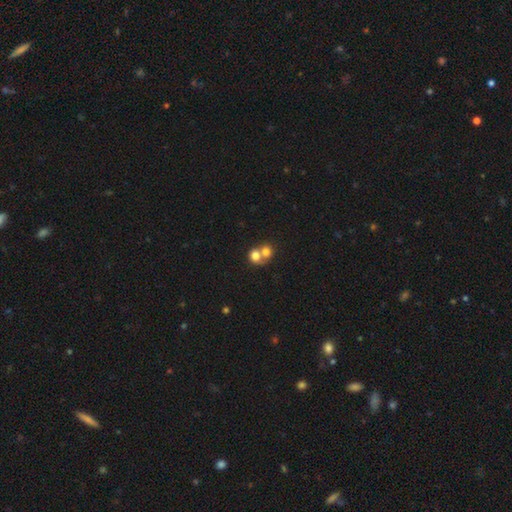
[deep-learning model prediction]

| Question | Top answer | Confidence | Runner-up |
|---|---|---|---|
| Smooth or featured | smooth | 75% | featured or disk (15%) |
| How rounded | round | 67% | in between (33%) |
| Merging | merger | 68% | none (24%) |